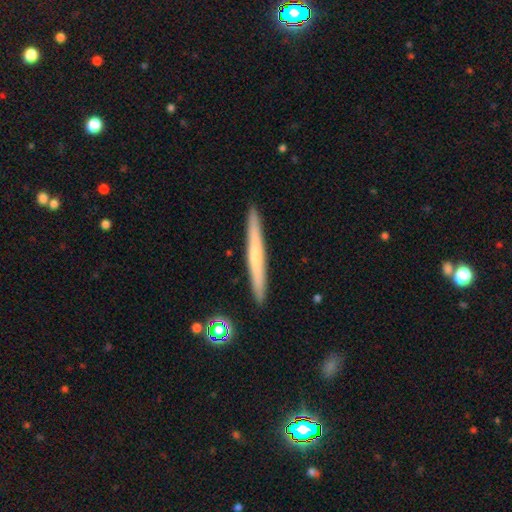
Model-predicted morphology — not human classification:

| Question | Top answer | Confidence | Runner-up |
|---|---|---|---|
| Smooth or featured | smooth | 48% | featured or disk (46%) |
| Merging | none | 92% | minor disturbance (6%) |